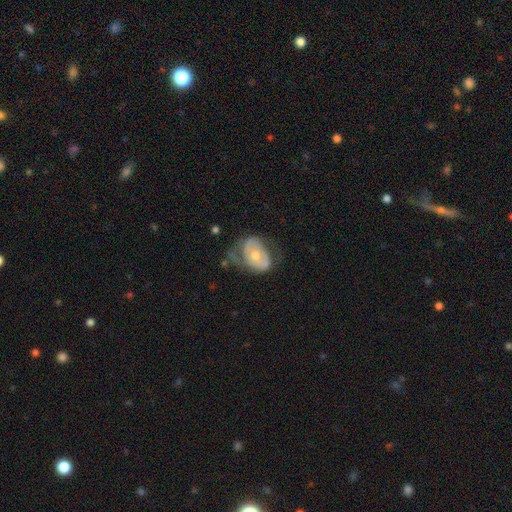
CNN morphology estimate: This appears to be a featured or disk galaxy (59%) with no bar (75%), spiral arms (53%) and a moderate central bulge (53%). Merging: none (33%).